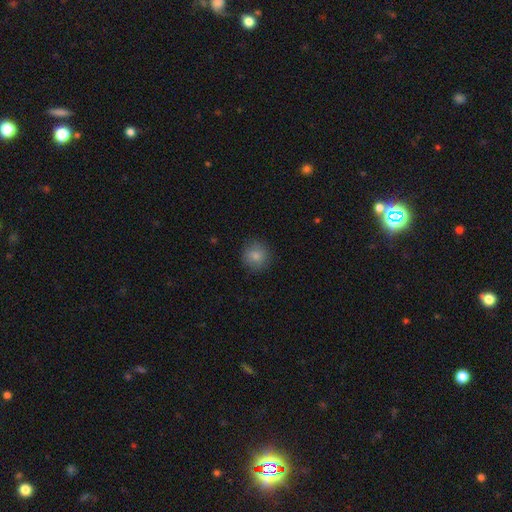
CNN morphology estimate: Smooth or featured? smooth (83%)
How rounded? round (92%)
Merging? none (85%)